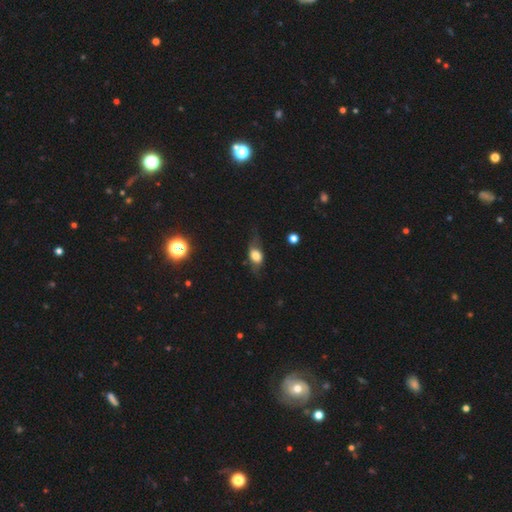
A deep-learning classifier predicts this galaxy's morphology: Q: Smooth or featured?
A: smooth (56%); runner-up: featured or disk (34%)
Q: How rounded?
A: in between (69%); runner-up: round (23%)
Q: Merging?
A: none (57%); runner-up: minor disturbance (25%)